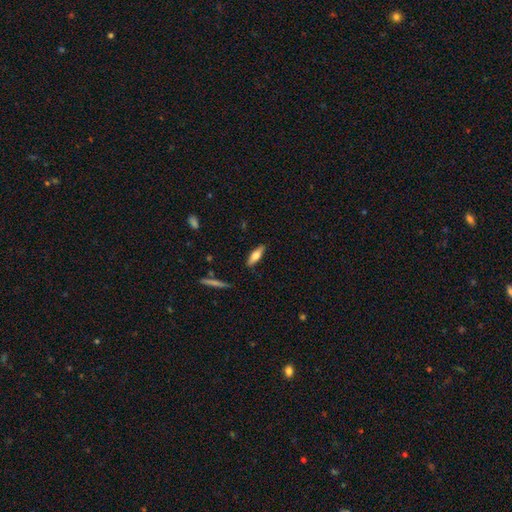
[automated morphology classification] smooth_or_featured: smooth (p=0.61) [alt: featured or disk p=0.33]
how_rounded: in between (p=0.51) [alt: cigar-shaped p=0.47]
merging: none (p=0.87) [alt: minor disturbance p=0.10]